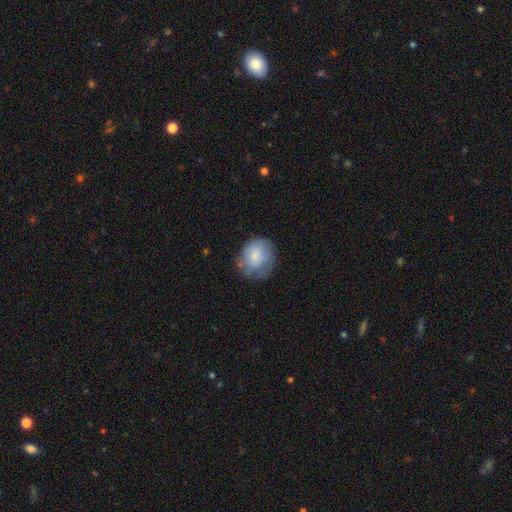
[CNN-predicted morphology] A smooth galaxy with no disk features (72%) that is round (64%).

Vote fractions:
- Smooth or featured? smooth: 72% / featured or disk: 21% / star or artifact: 7%
- How rounded? round: 64% / in between: 35% / cigar-shaped: 1%
- Merging? none: 59% / minor disturbance: 28% / major disturbance: 11% / merger: 2%